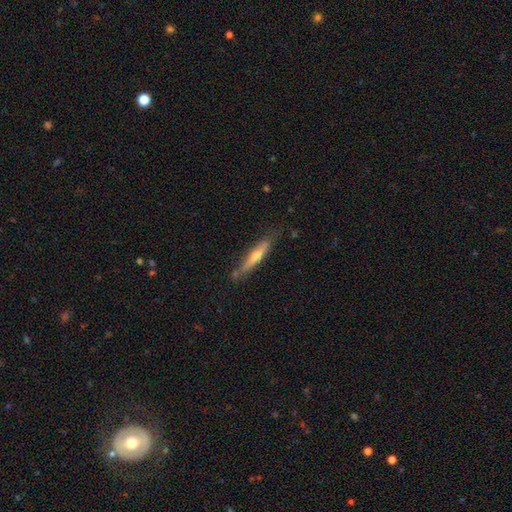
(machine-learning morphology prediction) featured or disk 52%, smooth 42%, star or artifact 6%. Down the decision tree: edge-on disk — yes (91%); merging — none (75%).